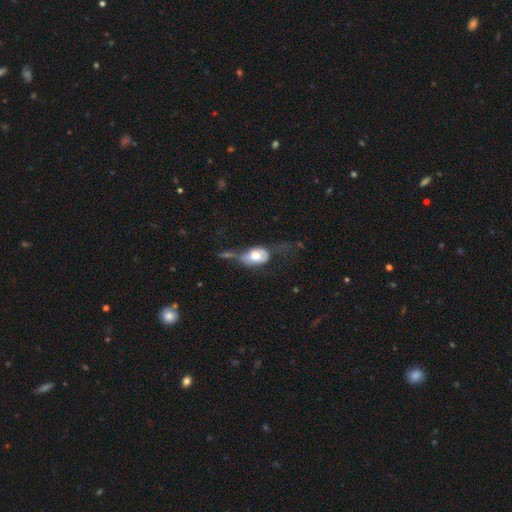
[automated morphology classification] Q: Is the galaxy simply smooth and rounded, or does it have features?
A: smooth — 60%.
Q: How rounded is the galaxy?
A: in between — 81%.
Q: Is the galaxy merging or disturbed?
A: major disturbance — 36%.